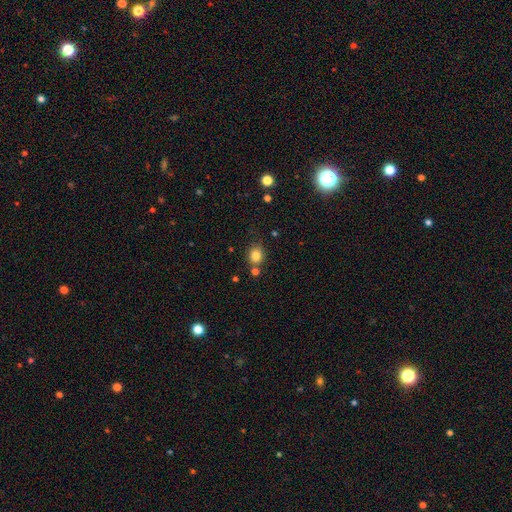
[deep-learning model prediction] Smooth or featured: smooth — 82% (star or artifact — 12%)
How rounded: round — 69% (in between — 30%)
Merging: none — 71% (minor disturbance — 14%)